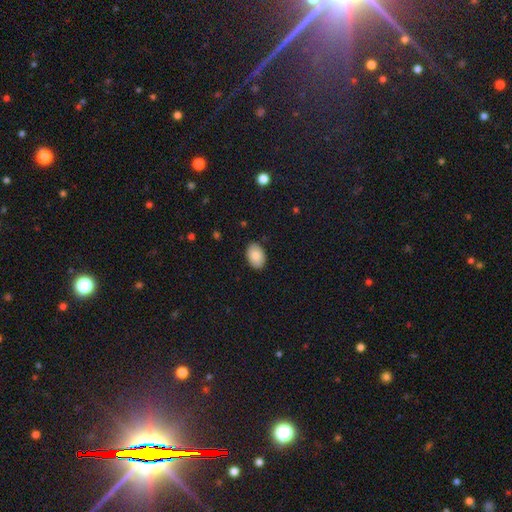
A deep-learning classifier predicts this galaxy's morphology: smooth-or-featured: smooth: 88% | star or artifact: 7% | featured or disk: 6%
  how-rounded: in between: 89% | round: 10% | cigar-shaped: 1%
  merging: none: 88% | minor disturbance: 9% | major disturbance: 2% | merger: 1%